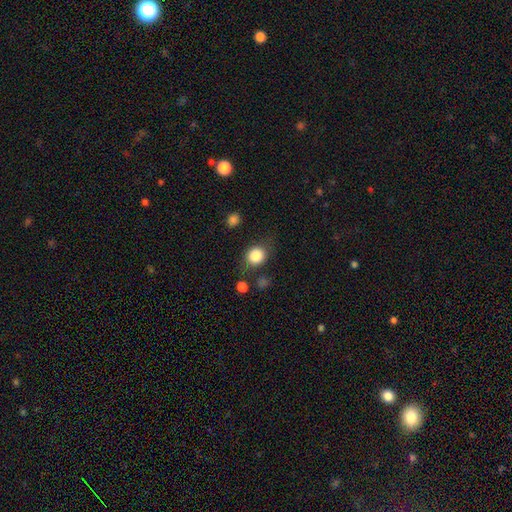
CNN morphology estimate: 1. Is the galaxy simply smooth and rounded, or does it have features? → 84% smooth, 10% star or artifact, 6% featured or disk.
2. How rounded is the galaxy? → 70% round, 29% in between, 1% cigar-shaped.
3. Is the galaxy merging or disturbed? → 73% none, 16% minor disturbance, 7% major disturbance, 5% merger.